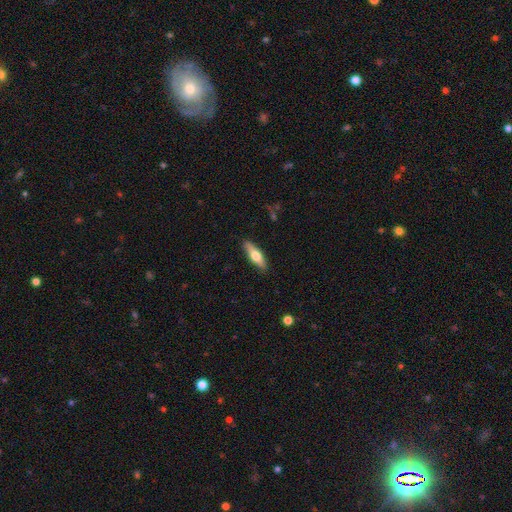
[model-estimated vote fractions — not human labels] The model was most divided on "smooth or featured": smooth: 55%, featured or disk: 39%, star or artifact: 6%. More confident: merging — none (88%); how rounded — cigar-shaped (60%).